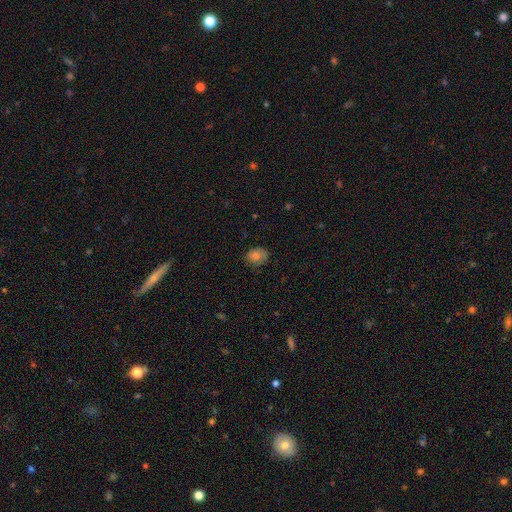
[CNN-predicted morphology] smooth-or-featured: smooth: 73% | featured or disk: 17% | star or artifact: 10%
  how-rounded: round: 57% | in between: 42% | cigar-shaped: 1%
  merging: none: 72% | minor disturbance: 22% | major disturbance: 5% | merger: 1%